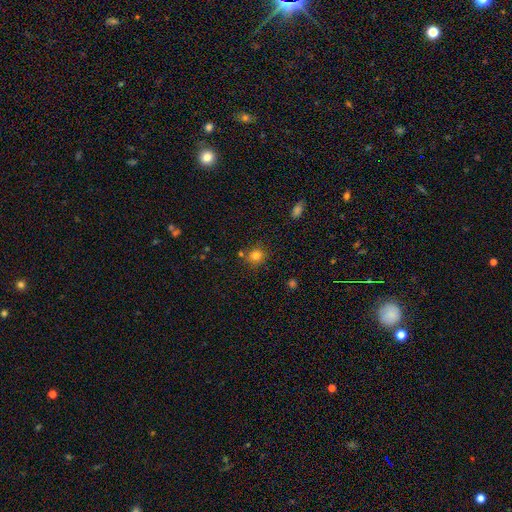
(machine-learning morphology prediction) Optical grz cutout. It shows a smooth galaxy with no disk features (81%) that is round (86%). Merging: none (77%).